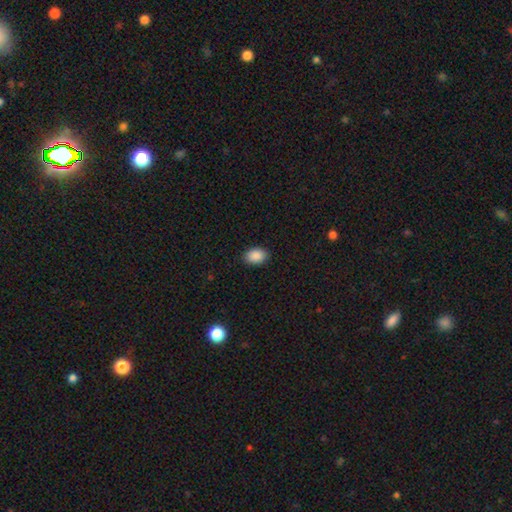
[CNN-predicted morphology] The model was most divided on "how rounded": in between: 84%, round: 15%, cigar-shaped: 1%. More confident: smooth or featured — smooth (90%); merging — none (88%).